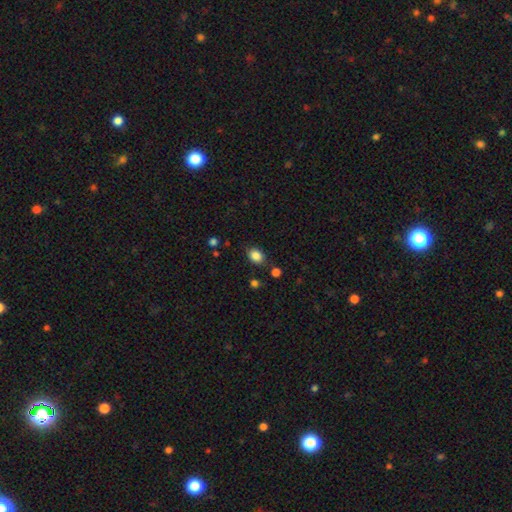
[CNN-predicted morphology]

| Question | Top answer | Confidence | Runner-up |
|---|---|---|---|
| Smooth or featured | smooth | 86% | star or artifact (10%) |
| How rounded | in between | 71% | round (28%) |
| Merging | none | 81% | minor disturbance (12%) |